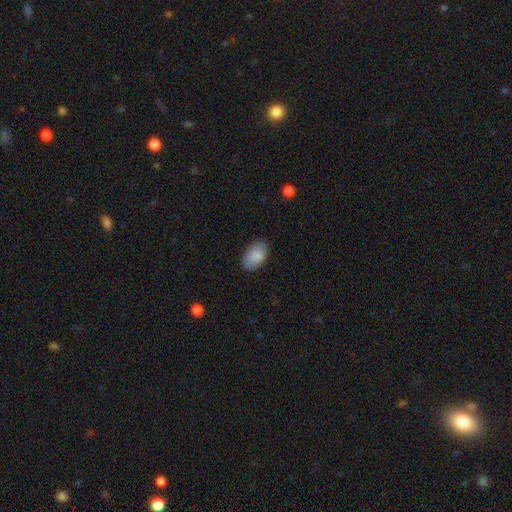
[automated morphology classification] Smooth or featured?
  - smooth: 86% *
  - featured or disk: 7%
  - star or artifact: 7%
How rounded?
  - in between: 92% *
  - round: 7%
  - cigar-shaped: 1%
Merging?
  - none: 81% *
  - minor disturbance: 15%
  - major disturbance: 3%
  - merger: 1%